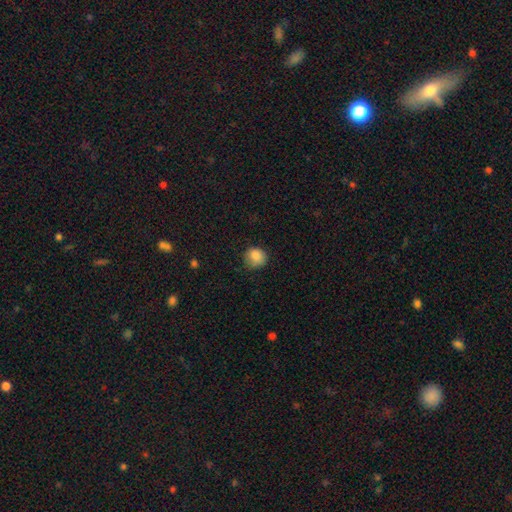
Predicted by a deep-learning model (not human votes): smooth_or_featured: smooth (p=0.85) [alt: star or artifact p=0.09]
how_rounded: round (p=0.86) [alt: in between p=0.13]
merging: none (p=0.80) [alt: minor disturbance p=0.16]